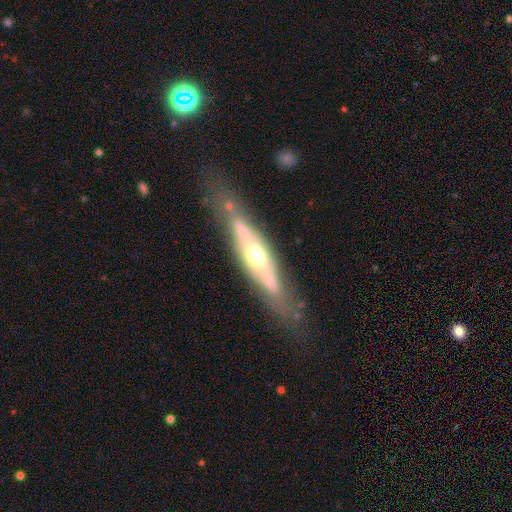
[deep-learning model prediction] A featured or disk galaxy (66%) viewed edge-on (56%). Merging: none (64%).